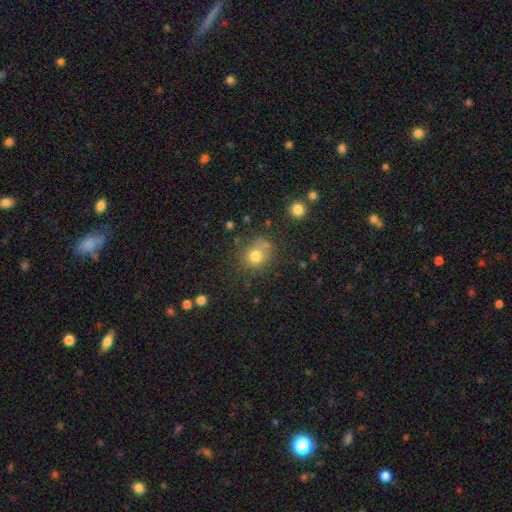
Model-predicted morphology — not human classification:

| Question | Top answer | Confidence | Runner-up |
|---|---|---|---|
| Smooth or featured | smooth | 77% | star or artifact (13%) |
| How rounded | round | 80% | in between (19%) |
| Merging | none | 63% | minor disturbance (18%) |